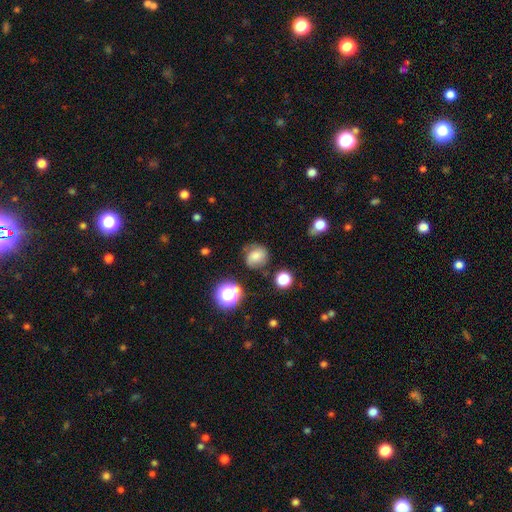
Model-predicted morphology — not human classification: smooth 60%, featured or disk 24%, star or artifact 16%. Down the decision tree: how rounded — round (73%); merging — none (65%).